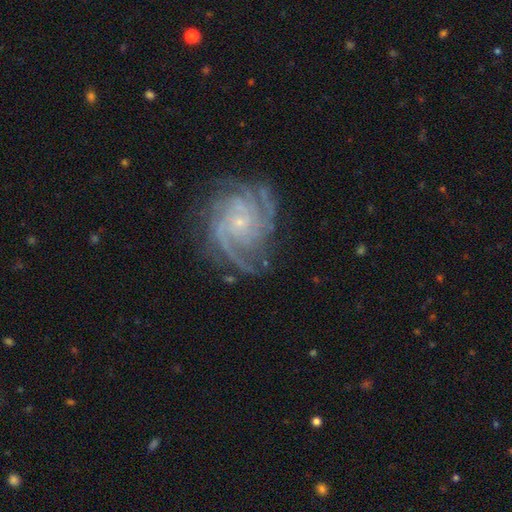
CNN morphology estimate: Smooth or featured? Predicted: featured or disk (p=0.90). Edge-on disk? Predicted: no (p=0.98). Bar? Predicted: no (p=0.73). Spiral arms? Predicted: yes (p=0.98). Spiral winding? Predicted: tight (p=0.58). Spiral arm count? Predicted: 4 (p=0.26). Bulge size? Predicted: small (p=0.84). Merging? Predicted: none (p=0.74).